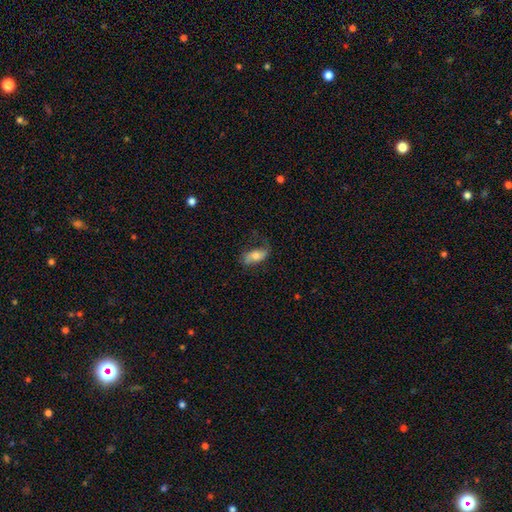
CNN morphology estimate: This is possibly a smooth galaxy (49%). Merging: likely none (61%).